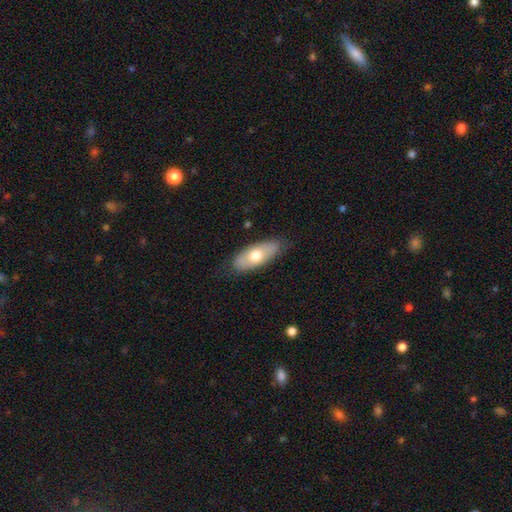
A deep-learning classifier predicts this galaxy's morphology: Smooth or featured?
  - smooth: 62% *
  - featured or disk: 32%
  - star or artifact: 6%
How rounded?
  - in between: 78% *
  - cigar-shaped: 19%
  - round: 3%
Merging?
  - none: 81% *
  - minor disturbance: 15%
  - major disturbance: 3%
  - merger: 1%